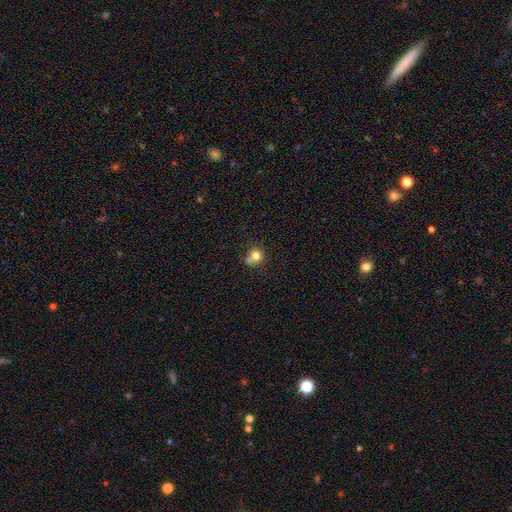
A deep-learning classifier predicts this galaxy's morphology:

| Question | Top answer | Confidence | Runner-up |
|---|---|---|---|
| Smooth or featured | smooth | 77% | star or artifact (12%) |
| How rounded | round | 83% | in between (16%) |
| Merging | none | 53% | merger (22%) |